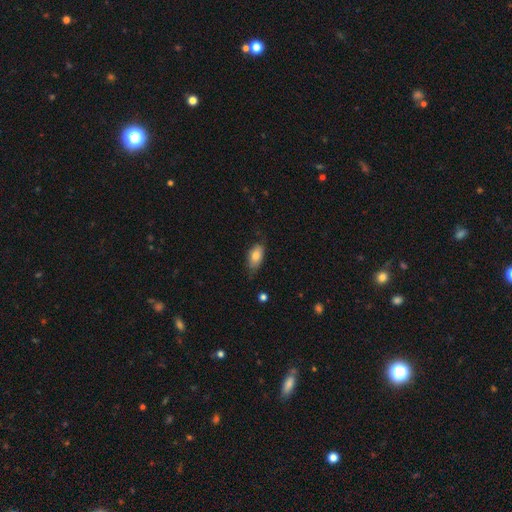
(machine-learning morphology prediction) A smooth galaxy with no disk features (78%) that is in between round and cigar-shaped (90%). Merging: none (67%).